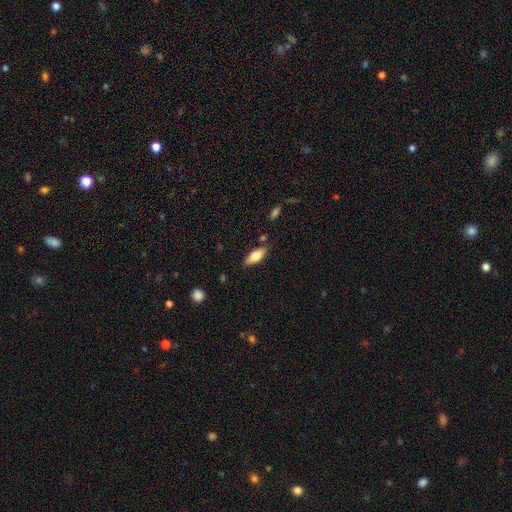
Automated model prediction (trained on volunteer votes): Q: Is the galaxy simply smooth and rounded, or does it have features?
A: smooth — 61%.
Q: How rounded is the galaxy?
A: in between — 70%.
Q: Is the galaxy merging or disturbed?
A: none — 82%.